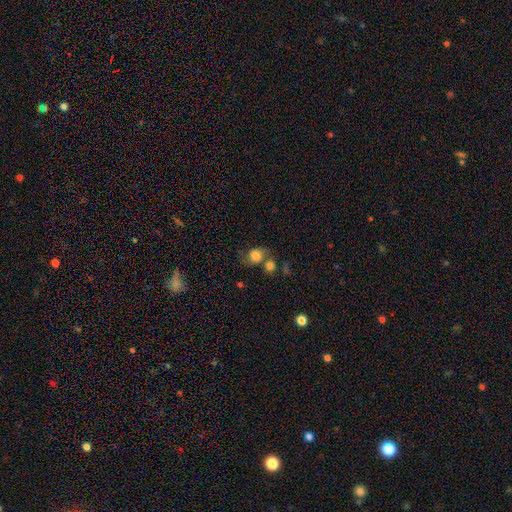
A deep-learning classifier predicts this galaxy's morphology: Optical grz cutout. It shows a smooth galaxy with no disk features (65%) that is round (73%). Merging: none (40%).